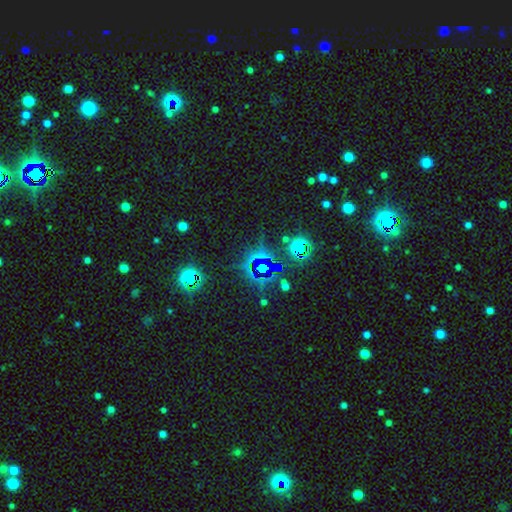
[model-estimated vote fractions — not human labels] Smooth or featured? Predicted: star or artifact (p=0.78).